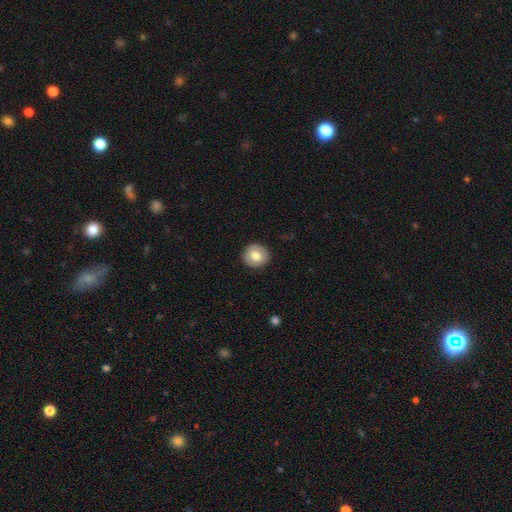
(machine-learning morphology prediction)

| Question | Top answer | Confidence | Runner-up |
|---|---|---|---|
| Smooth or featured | smooth | 75% | featured or disk (17%) |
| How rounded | round | 89% | in between (10%) |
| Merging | none | 91% | minor disturbance (6%) |